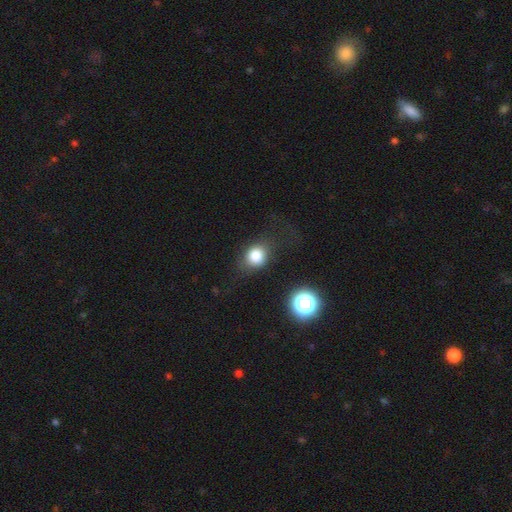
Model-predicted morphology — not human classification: This is likely a smooth galaxy (79%). How rounded: likely round (61%). Merging: likely none (69%).